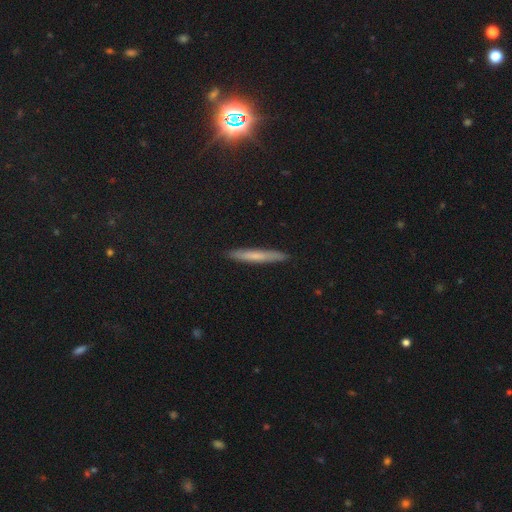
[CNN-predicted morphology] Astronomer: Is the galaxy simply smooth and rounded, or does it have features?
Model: smooth — 60%.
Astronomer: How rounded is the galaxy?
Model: cigar-shaped — 95%.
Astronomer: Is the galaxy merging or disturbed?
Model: none — 90%.